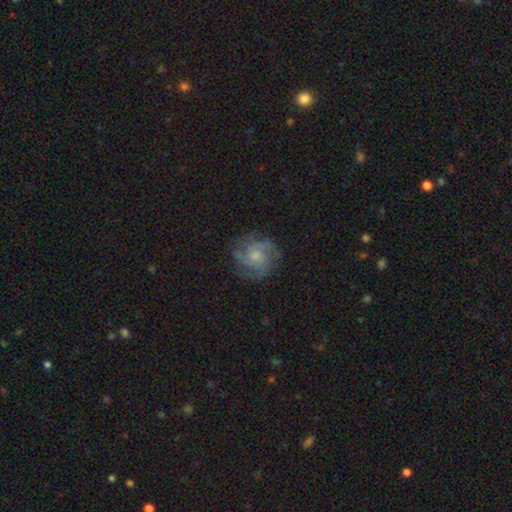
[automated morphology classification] smooth-or-featured: featured or disk: 77% | smooth: 16% | star or artifact: 8%
  disk-edge-on: no: 98% | yes: 2%
    bar: no: 73% | weak: 24% | strong: 3%
    has-spiral-arms: yes: 95% | no: 5%
      spiral-winding: medium: 45% | tight: 43% | loose: 12%
      spiral-arm-count: 3: 36% | 4: 23% | can't tell: 18% | 2: 11% | more than 4: 6% | 1: 5%
    bulge-size: small: 43% (tied) | moderate: 43% (tied) | none: 9% | large: 4% | dominant: 1%
  merging: none: 75% | minor disturbance: 16% | major disturbance: 7% | merger: 1%